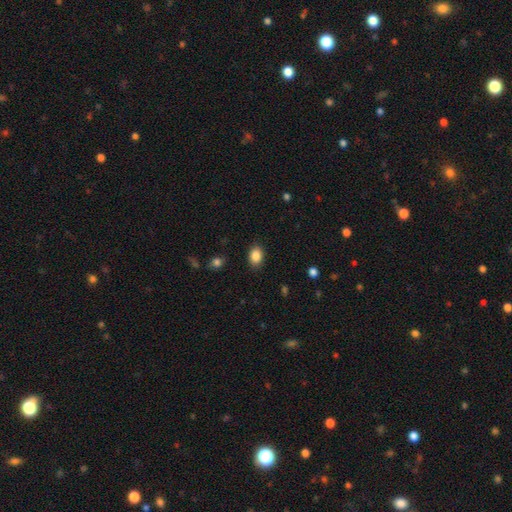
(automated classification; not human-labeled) A smooth galaxy with no disk features (88%) that is in between round and cigar-shaped (79%).

Vote fractions:
- Smooth or featured? smooth: 88% / star or artifact: 8% / featured or disk: 4%
- How rounded? in between: 79% / round: 20% / cigar-shaped: 1%
- Merging? none: 86% / minor disturbance: 10% / major disturbance: 3% / merger: 1%